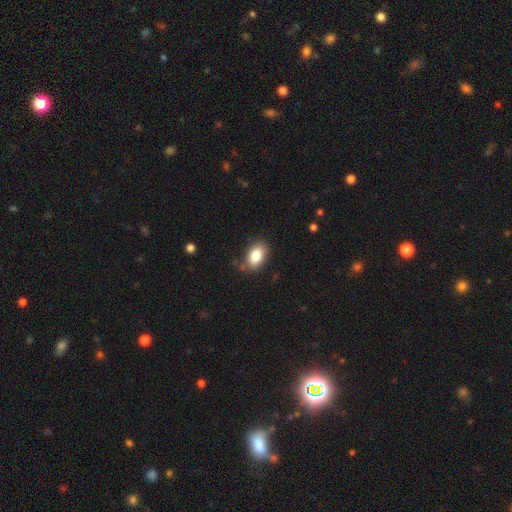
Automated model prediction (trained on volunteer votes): smooth_or_featured: smooth (p=0.84) [alt: featured or disk p=0.09]
how_rounded: in between (p=0.89) [alt: round p=0.10]
merging: none (p=0.78) [alt: minor disturbance p=0.16]